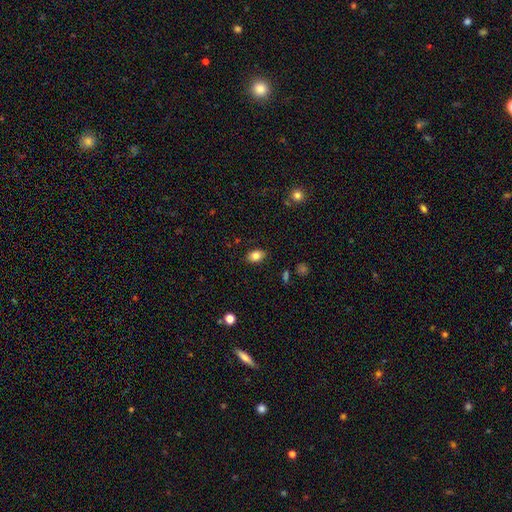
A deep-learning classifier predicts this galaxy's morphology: Smooth or featured? Predicted: smooth (p=0.81). How rounded? Predicted: in between (p=0.84). Merging? Predicted: none (p=0.86).